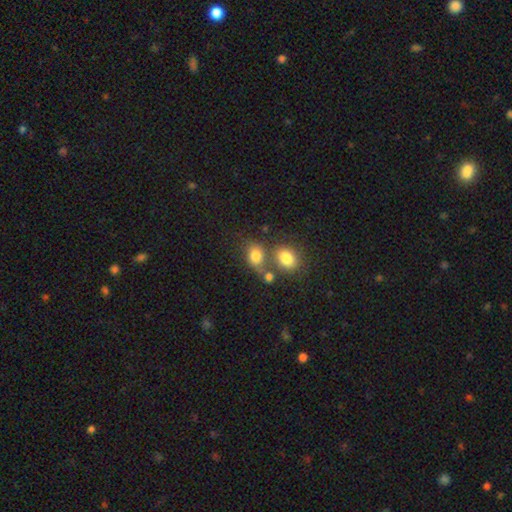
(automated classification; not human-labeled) A smooth galaxy with no disk features (78%) that is in between round and cigar-shaped (54%). Merging: none (45%).